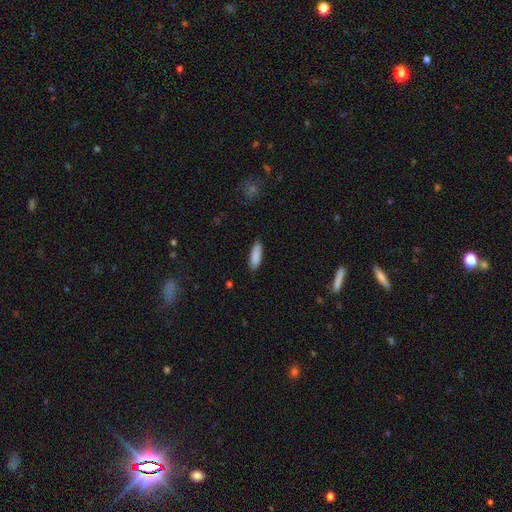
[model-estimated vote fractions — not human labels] Smooth or featured: smooth — 89% (star or artifact — 6%)
How rounded: in between — 54% (cigar-shaped — 45%)
Merging: none — 87% (minor disturbance — 10%)